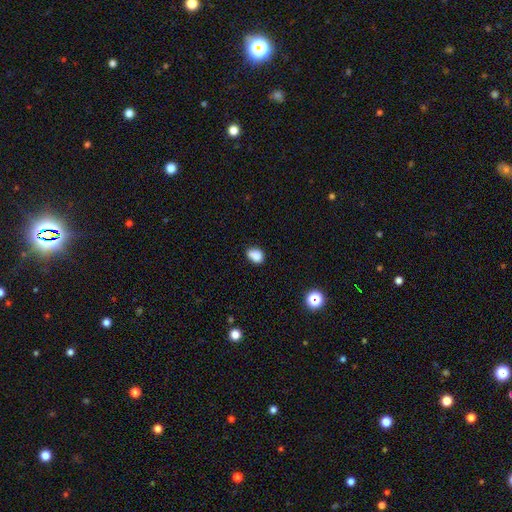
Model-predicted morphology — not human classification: smooth_or_featured: smooth (p=0.80) [alt: star or artifact p=0.11]
how_rounded: in between (p=0.54) [alt: round p=0.45]
merging: none (p=0.52) [alt: minor disturbance p=0.26]